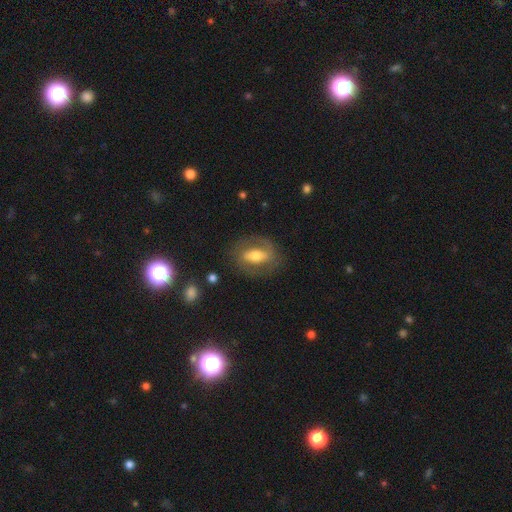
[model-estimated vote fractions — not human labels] Smooth or featured? Predicted: featured or disk (p=0.66). Edge-on disk? Predicted: no (p=0.90). Bar? Predicted: strong (p=0.54). Spiral arms? Predicted: yes (p=0.66). Bulge size? Predicted: moderate (p=0.64). Merging? Predicted: none (p=0.77).